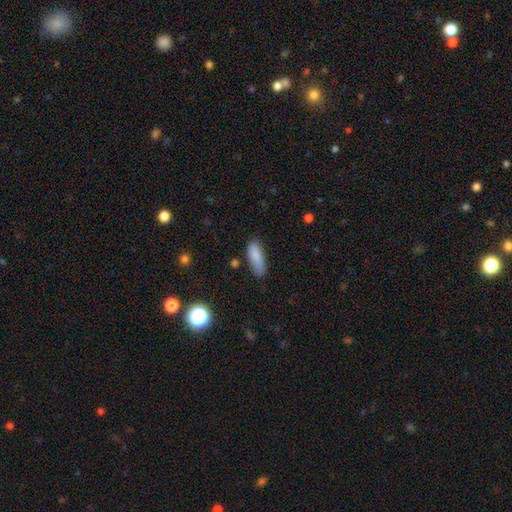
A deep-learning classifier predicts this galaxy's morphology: A smooth galaxy with no disk features (85%) that is in between round and cigar-shaped (62%).

Vote fractions:
- Smooth or featured? smooth: 85% / star or artifact: 8% / featured or disk: 7%
- How rounded? in between: 62% / cigar-shaped: 36% / round: 2%
- Merging? none: 69% / minor disturbance: 23% / major disturbance: 5% / merger: 3%